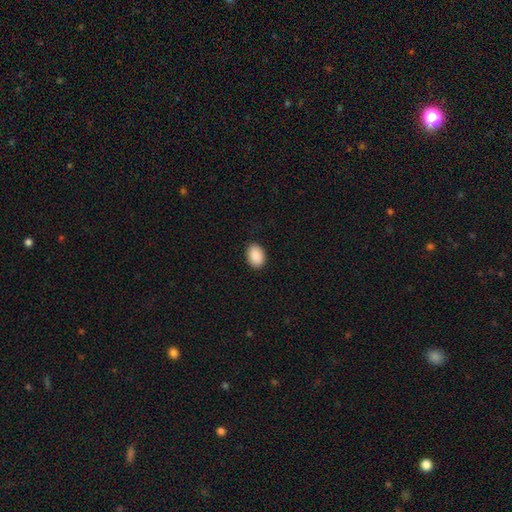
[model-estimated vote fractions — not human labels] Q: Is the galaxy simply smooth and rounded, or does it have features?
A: smooth — 91%.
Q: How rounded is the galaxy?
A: in between — 83%.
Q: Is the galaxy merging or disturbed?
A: none — 88%.